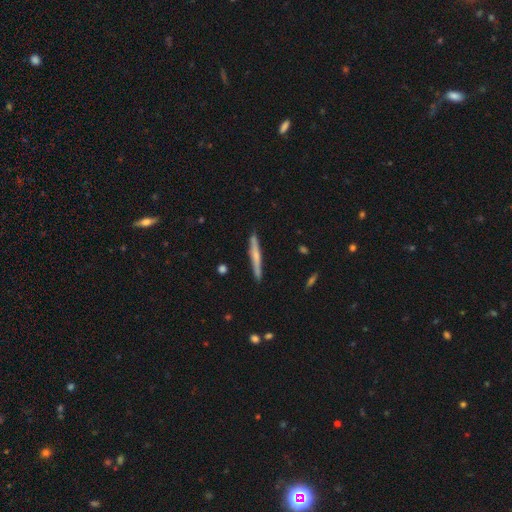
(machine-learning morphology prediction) A smooth galaxy with no disk features (49%).

Vote fractions:
- Smooth or featured? smooth: 49% / featured or disk: 45% / star or artifact: 6%
- Merging? none: 89% / minor disturbance: 8% / major disturbance: 1% / merger: 1%